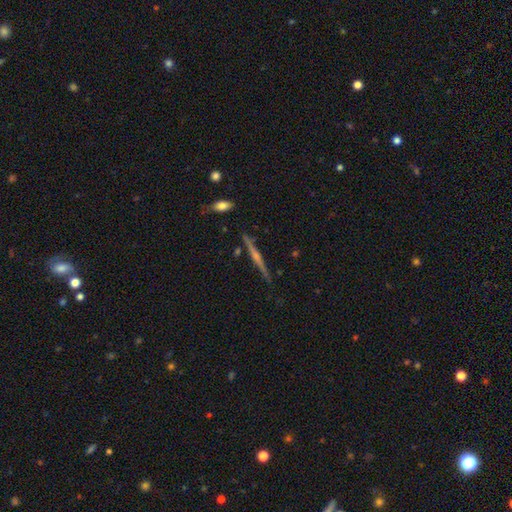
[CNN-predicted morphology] This appears to be a featured or disk galaxy (76%) viewed edge-on (98%) with a rounded central bulge (66%). Merging: none (88%).